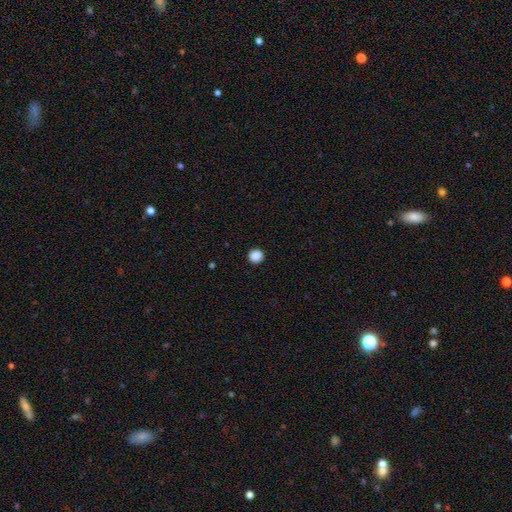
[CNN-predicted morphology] Smooth or featured? smooth (88%)
How rounded? round (94%)
Merging? none (92%)